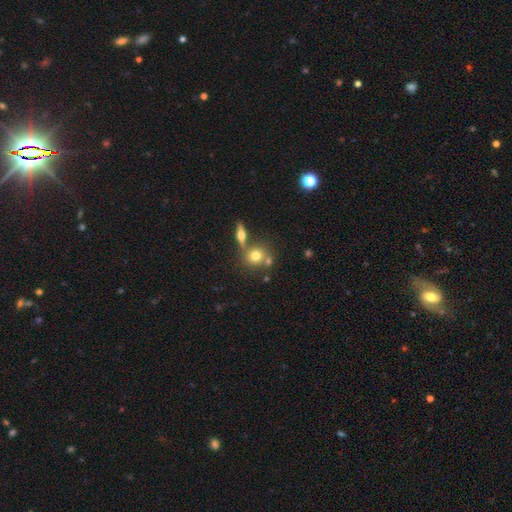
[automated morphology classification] The model was most divided on "merging": none: 56%, merger: 31%, minor disturbance: 10%, major disturbance: 4%. More confident: how rounded — round (77%); smooth or featured — smooth (70%).